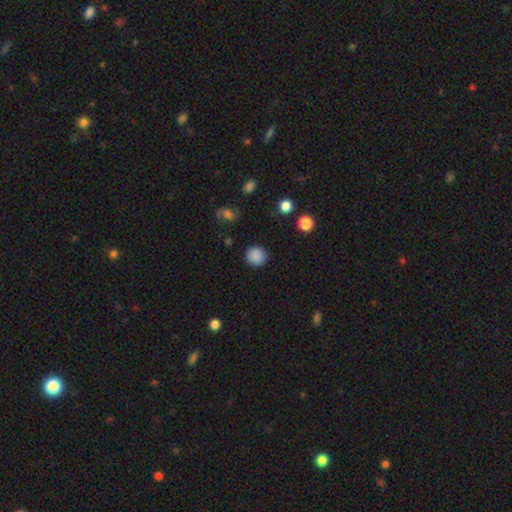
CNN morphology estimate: smooth 87%, star or artifact 9%, featured or disk 4%. Down the decision tree: how rounded — round (93%); merging — none (90%).